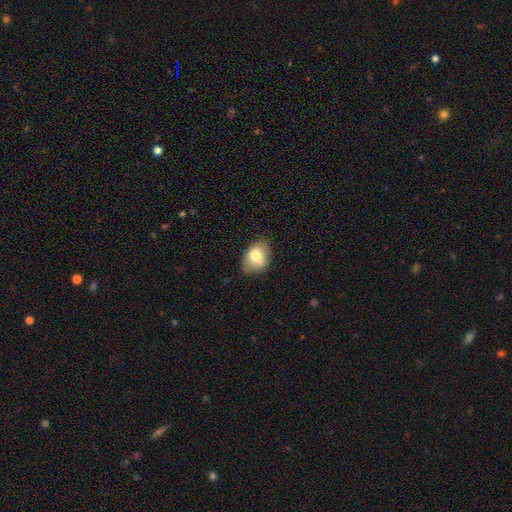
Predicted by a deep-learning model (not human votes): Smooth or featured? smooth (68%)
How rounded? in between (76%)
Merging? none (60%)